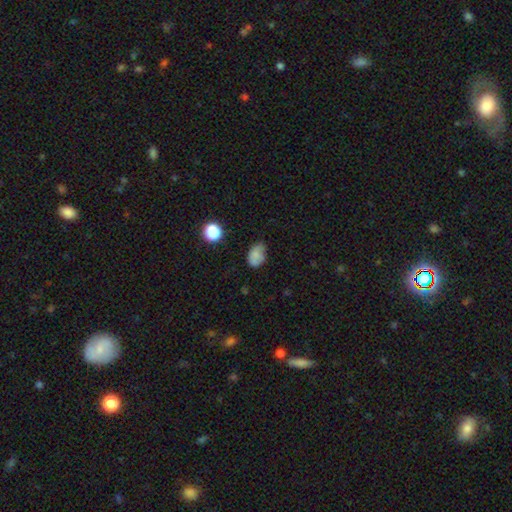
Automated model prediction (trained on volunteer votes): smooth-or-featured: smooth: 77% | star or artifact: 12% | featured or disk: 11%
  how-rounded: in between: 81% | round: 18% | cigar-shaped: 1%
  merging: none: 57% | minor disturbance: 33% | major disturbance: 8% | merger: 2%